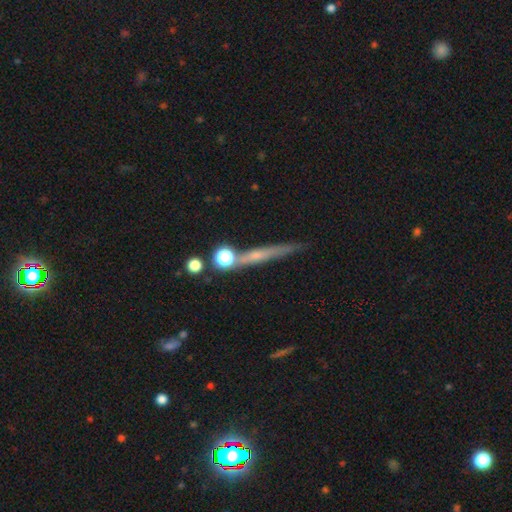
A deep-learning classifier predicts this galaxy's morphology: Q: Smooth or featured?
A: featured or disk (48%); runner-up: smooth (39%)
Q: Merging?
A: none (72%); runner-up: minor disturbance (13%)